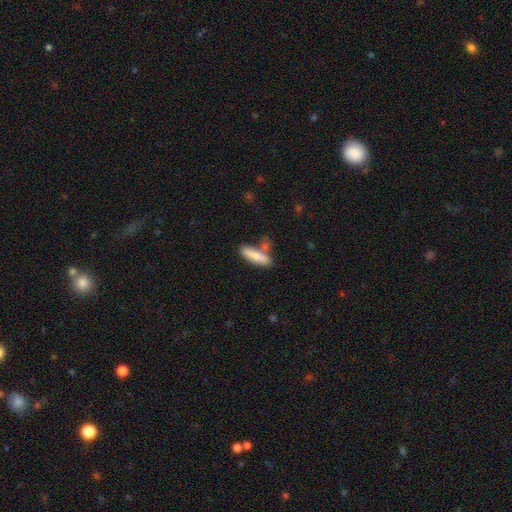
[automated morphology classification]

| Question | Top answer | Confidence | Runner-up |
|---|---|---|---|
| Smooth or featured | smooth | 82% | featured or disk (12%) |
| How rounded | cigar-shaped | 71% | in between (28%) |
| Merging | none | 65% | minor disturbance (17%) |